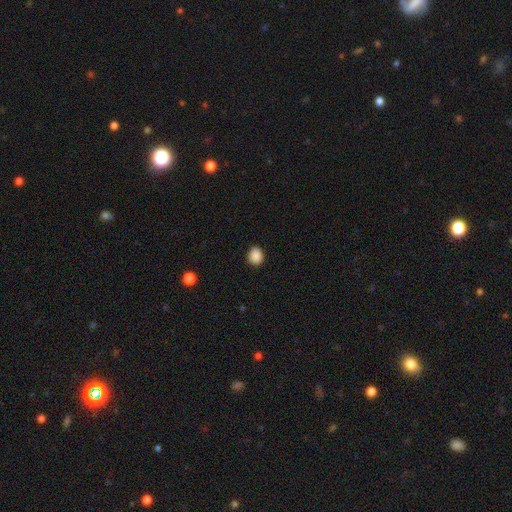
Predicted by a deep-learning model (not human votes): Morphology: type=smooth (89%); roundness=round (64%); merging=none (89%).